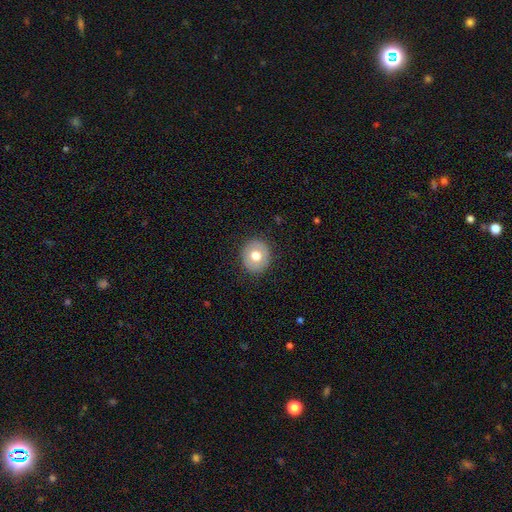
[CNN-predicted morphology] Smooth or featured?
  - smooth: 70% *
  - featured or disk: 21%
  - star or artifact: 9%
How rounded?
  - round: 82% *
  - in between: 17%
  - cigar-shaped: 1%
Merging?
  - none: 89% *
  - minor disturbance: 7%
  - major disturbance: 2%
  - merger: 1%